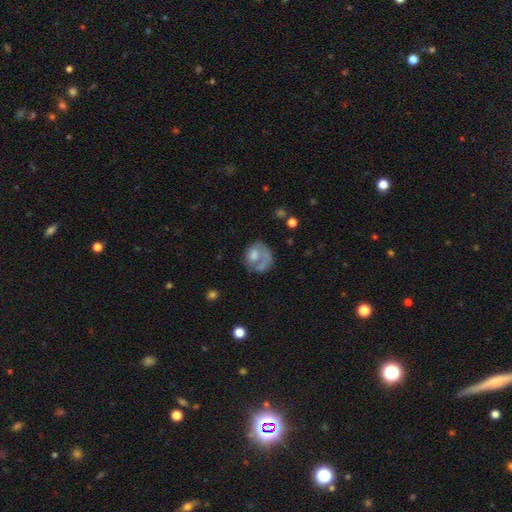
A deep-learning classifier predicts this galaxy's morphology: A smooth galaxy with no disk features (52%) that is round (64%).

Vote fractions:
- Smooth or featured? smooth: 52% / featured or disk: 40% / star or artifact: 8%
- How rounded? round: 64% / in between: 35% / cigar-shaped: 1%
- Merging? none: 41% / major disturbance: 31% / minor disturbance: 19% / merger: 9%